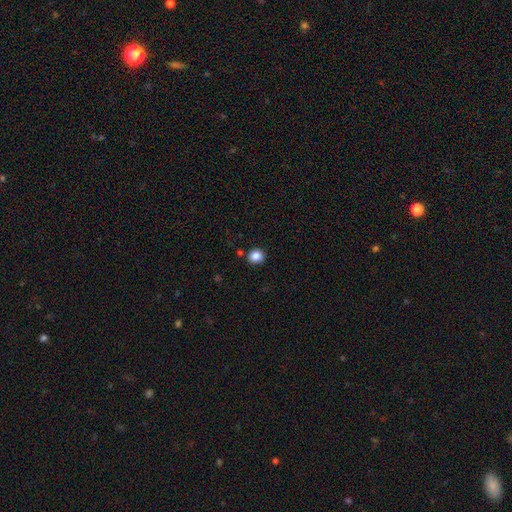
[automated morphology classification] Q: Smooth or featured?
A: smooth (86%); runner-up: star or artifact (10%)
Q: How rounded?
A: round (84%); runner-up: in between (15%)
Q: Merging?
A: none (87%); runner-up: minor disturbance (7%)